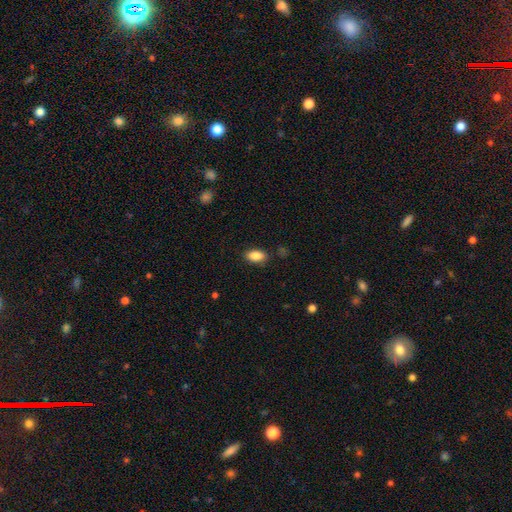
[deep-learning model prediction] A smooth galaxy with no disk features (87%) that is in between round and cigar-shaped (91%). Merging: none (84%).